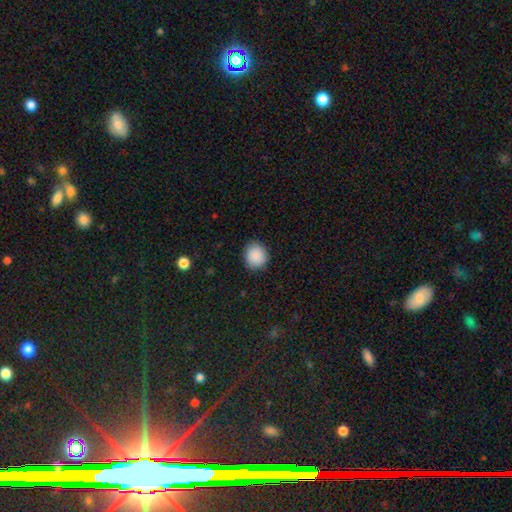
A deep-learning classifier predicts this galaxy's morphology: Smooth or featured: smooth — 90% (star or artifact — 7%)
How rounded: round — 74% (in between — 25%)
Merging: none — 88% (minor disturbance — 9%)